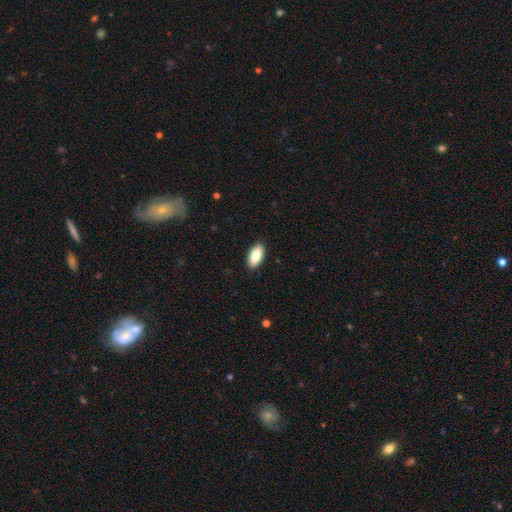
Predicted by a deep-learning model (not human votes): This is clearly a smooth galaxy (85%). How rounded: clearly in between (92%). Merging: clearly none (90%).